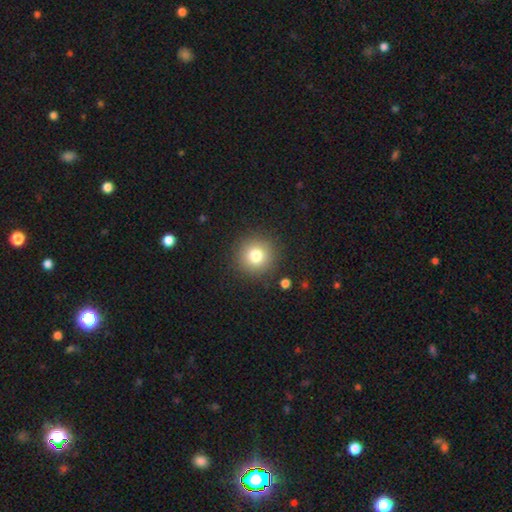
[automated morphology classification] smooth_or_featured: smooth (p=0.79) [alt: star or artifact p=0.12]
how_rounded: round (p=0.95) [alt: in between p=0.04]
merging: none (p=0.90) [alt: minor disturbance p=0.06]